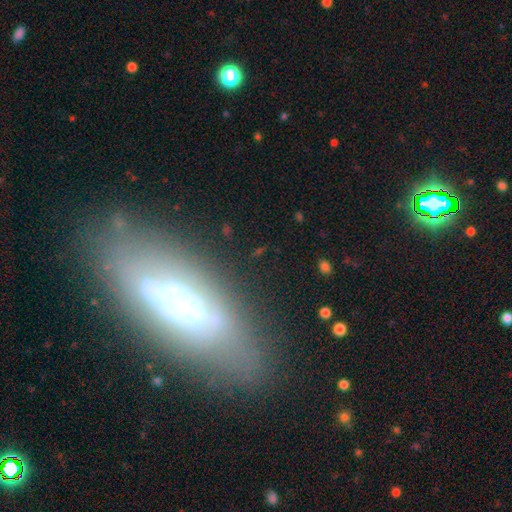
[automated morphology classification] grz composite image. It shows a featured or disk galaxy (56%). Merging: none (68%).